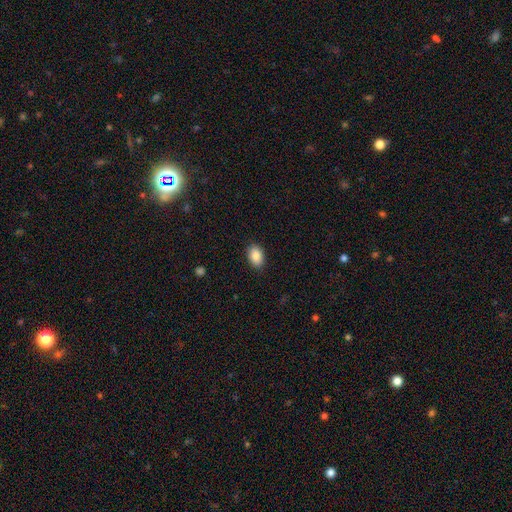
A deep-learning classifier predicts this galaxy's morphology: Smooth or featured?
  - smooth: 87% *
  - star or artifact: 8%
  - featured or disk: 5%
How rounded?
  - in between: 86% *
  - round: 13%
  - cigar-shaped: 1%
Merging?
  - none: 88% *
  - minor disturbance: 9%
  - major disturbance: 2%
  - merger: 1%